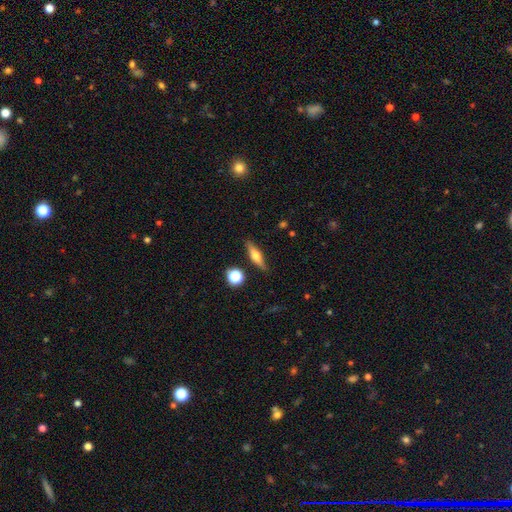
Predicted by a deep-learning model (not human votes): Morphology: type=featured or disk (49%); merging=none (85%).